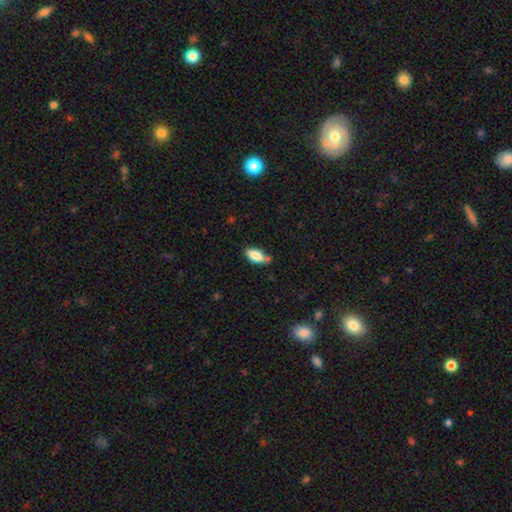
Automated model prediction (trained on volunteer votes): This is clearly a smooth galaxy (80%). How rounded: clearly in between (85%). Merging: likely none (69%).